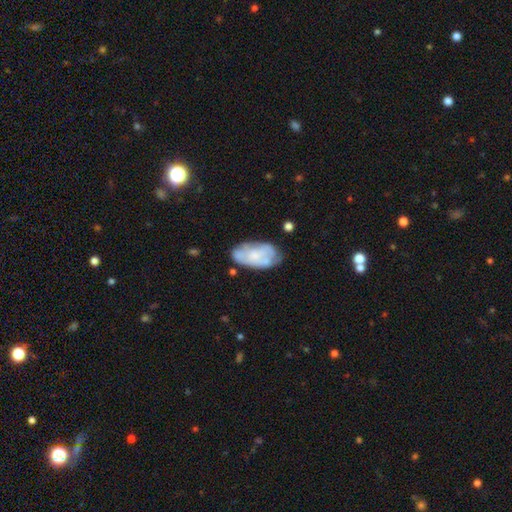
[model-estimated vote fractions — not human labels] The model was most divided on "smooth or featured": featured or disk: 47%, smooth: 46%, star or artifact: 7%. More confident: merging — none (59%).